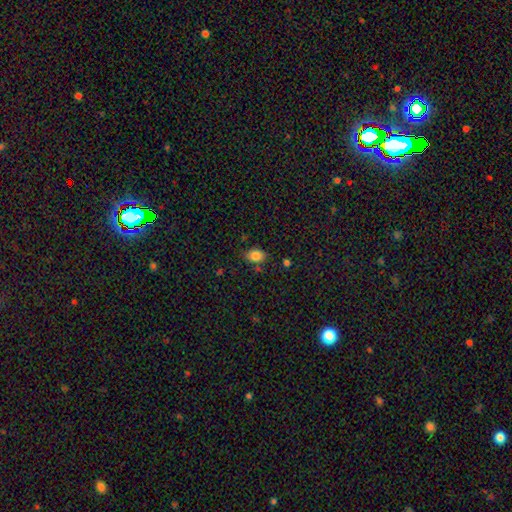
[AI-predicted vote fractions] Morphology: type=smooth (83%); roundness=in between (69%); merging=none (77%).